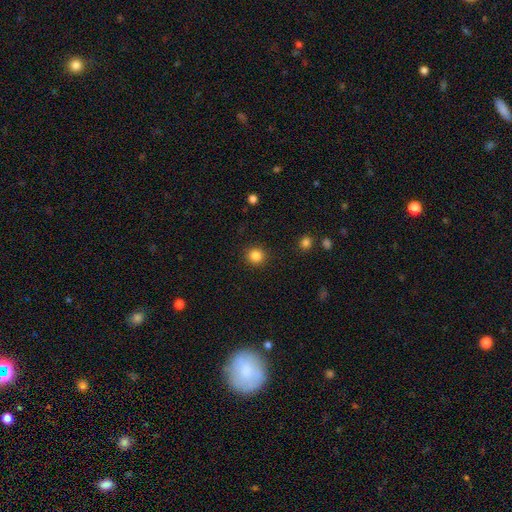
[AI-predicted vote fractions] Morphology: type=smooth (85%); roundness=round (93%); merging=none (91%).